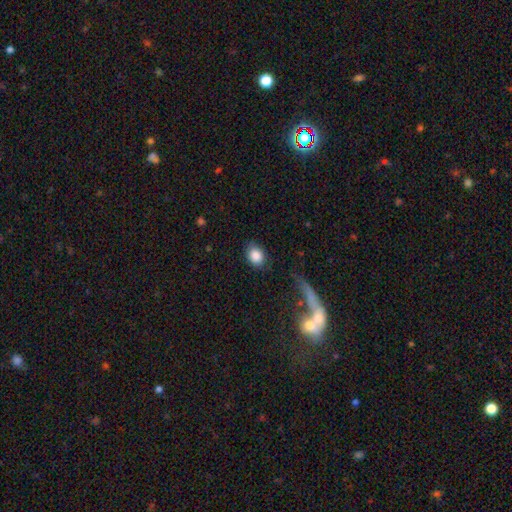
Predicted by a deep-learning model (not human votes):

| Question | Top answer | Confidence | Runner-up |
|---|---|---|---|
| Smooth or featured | smooth | 87% | star or artifact (8%) |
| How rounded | in between | 59% | round (40%) |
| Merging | none | 78% | minor disturbance (15%) |